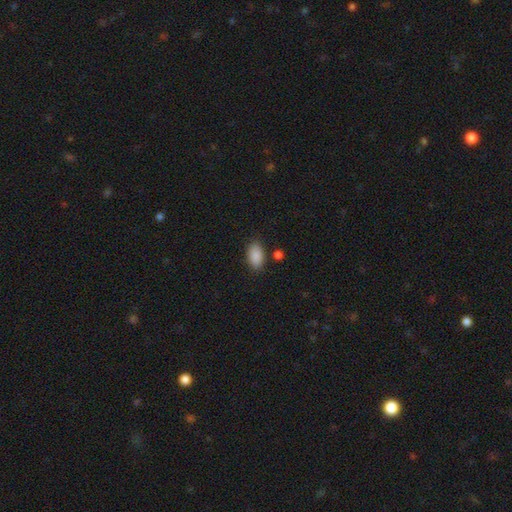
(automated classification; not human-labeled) smooth 89%, star or artifact 8%, featured or disk 4%. Down the decision tree: how rounded — in between (92%); merging — none (83%).